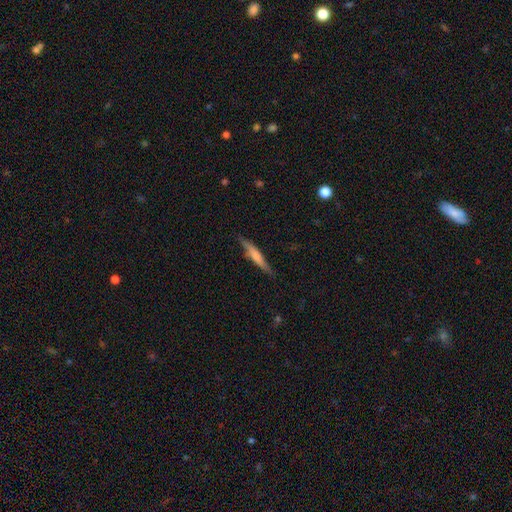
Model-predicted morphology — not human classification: Smooth or featured? smooth (52%)
How rounded? cigar-shaped (91%)
Merging? none (76%)